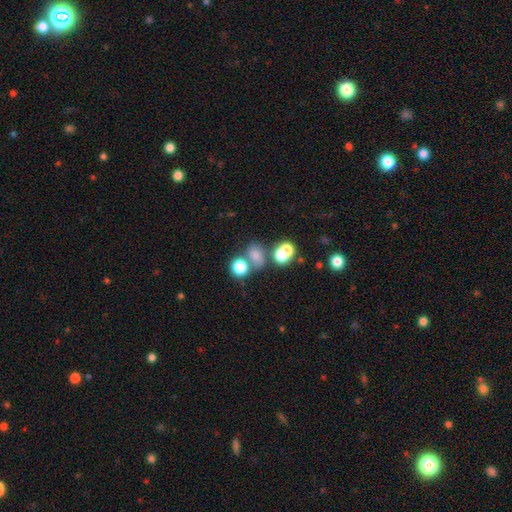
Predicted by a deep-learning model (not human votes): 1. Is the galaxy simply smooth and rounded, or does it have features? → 66% smooth, 20% star or artifact, 14% featured or disk.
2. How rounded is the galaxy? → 56% round, 42% in between, 1% cigar-shaped.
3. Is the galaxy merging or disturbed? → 43% none, 38% merger, 12% minor disturbance, 8% major disturbance.